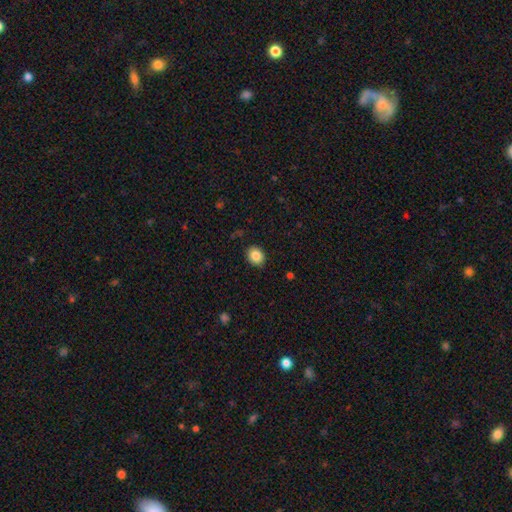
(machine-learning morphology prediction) Smooth or featured: smooth — 85% (star or artifact — 9%)
How rounded: round — 60% (in between — 39%)
Merging: none — 90% (minor disturbance — 7%)